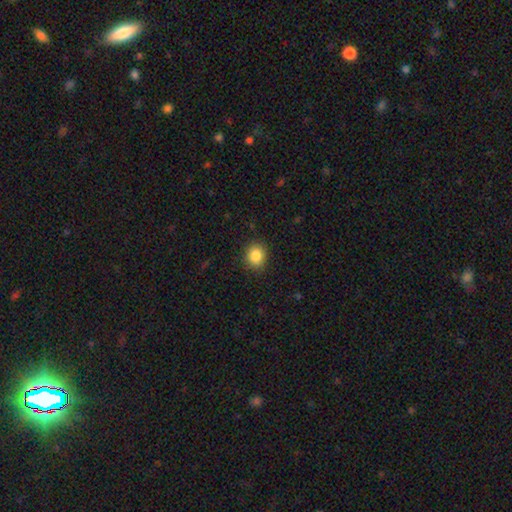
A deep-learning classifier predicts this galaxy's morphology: Smooth or featured? Predicted: smooth (p=0.86). How rounded? Predicted: round (p=0.68). Merging? Predicted: none (p=0.88).